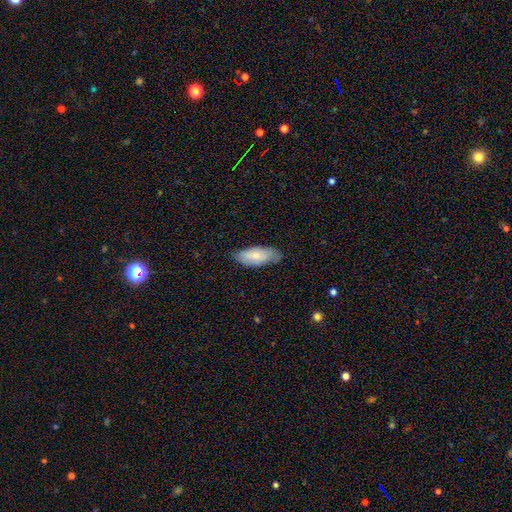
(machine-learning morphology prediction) Q: Smooth or featured?
A: smooth (71%); runner-up: featured or disk (24%)
Q: How rounded?
A: in between (84%); runner-up: cigar-shaped (14%)
Q: Merging?
A: none (72%); runner-up: minor disturbance (23%)